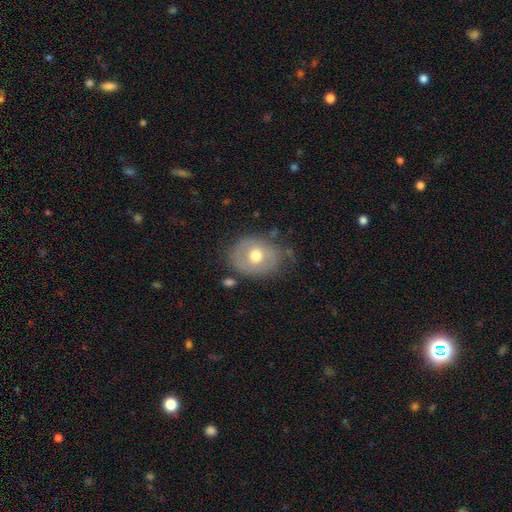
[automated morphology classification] A smooth galaxy with no disk features (52%) that is round (56%).

Vote fractions:
- Smooth or featured? smooth: 52% / featured or disk: 41% / star or artifact: 7%
- How rounded? round: 56% / in between: 43% / cigar-shaped: 1%
- Merging? none: 64% / minor disturbance: 23% / major disturbance: 10% / merger: 3%